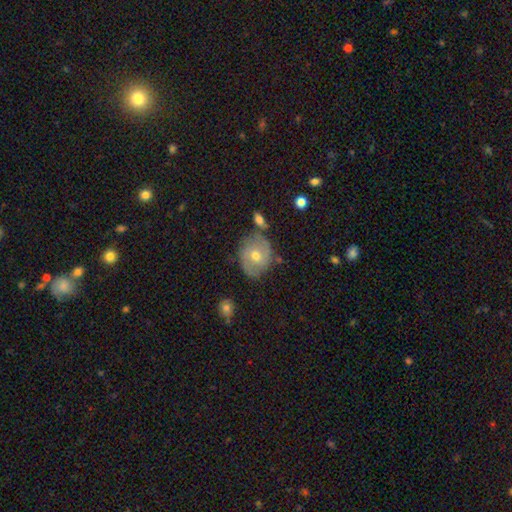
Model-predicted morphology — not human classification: A featured or disk galaxy (52%). Merging: none (68%).